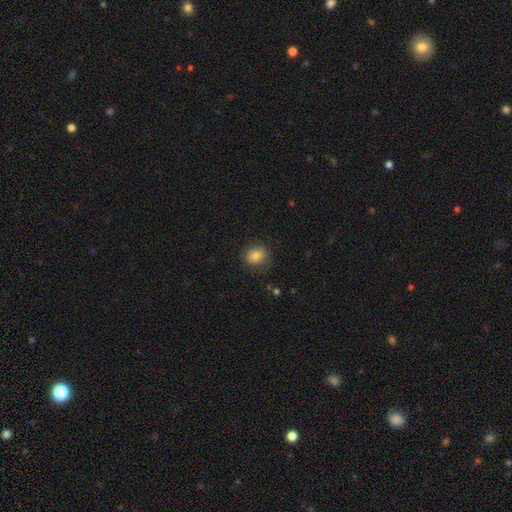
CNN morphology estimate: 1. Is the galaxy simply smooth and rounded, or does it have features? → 79% smooth, 12% featured or disk, 9% star or artifact.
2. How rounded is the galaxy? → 62% round, 37% in between, 1% cigar-shaped.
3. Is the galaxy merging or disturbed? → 79% none, 15% minor disturbance, 5% major disturbance, 1% merger.